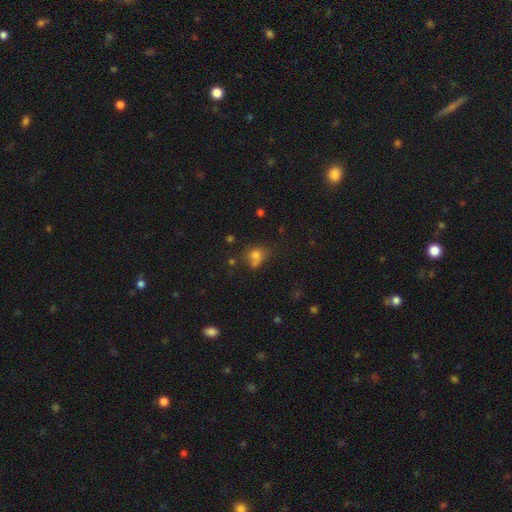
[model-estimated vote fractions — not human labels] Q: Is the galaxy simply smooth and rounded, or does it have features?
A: smooth — 72%.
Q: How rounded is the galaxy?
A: round — 57%.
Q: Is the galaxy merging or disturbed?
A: none — 40%.